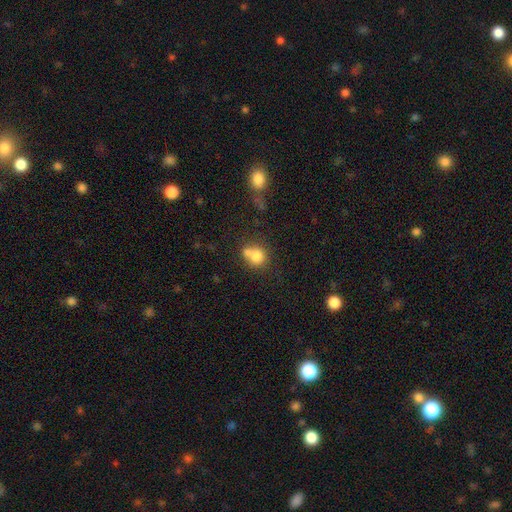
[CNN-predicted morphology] smooth_or_featured: smooth (p=0.76) [alt: featured or disk p=0.13]
how_rounded: round (p=0.80) [alt: in between p=0.19]
merging: merger (p=0.44) [alt: none p=0.41]